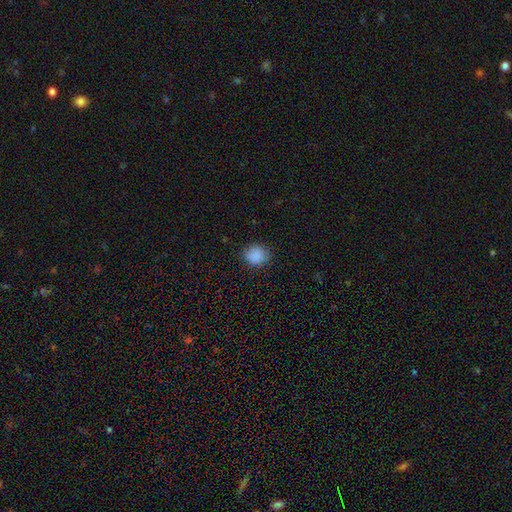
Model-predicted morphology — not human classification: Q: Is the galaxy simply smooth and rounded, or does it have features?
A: smooth — 88%.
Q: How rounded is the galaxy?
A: round — 79%.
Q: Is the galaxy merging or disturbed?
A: none — 84%.